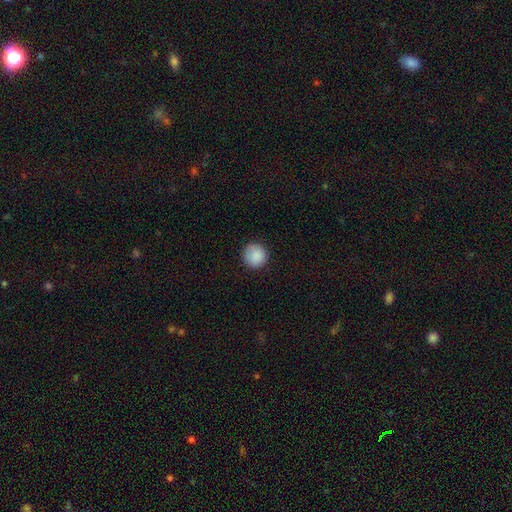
Q: Smooth or featured?
A: smooth (89%); runner-up: featured or disk (5%)
Q: How rounded?
A: round (94%); runner-up: in between (6%)
Q: Merging?
A: none (74%); runner-up: minor disturbance (17%)